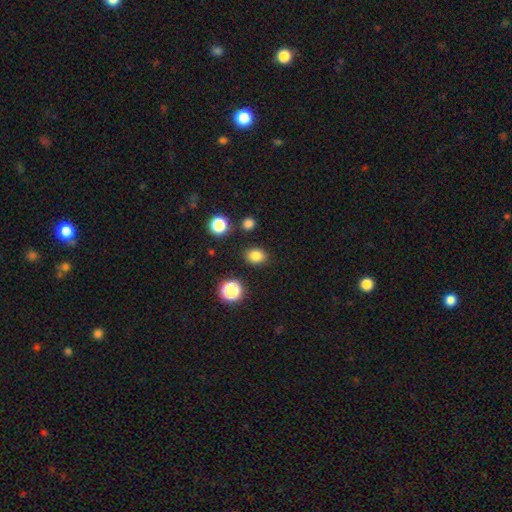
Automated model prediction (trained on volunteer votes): The model was most divided on "how rounded": in between: 55%, round: 44%, cigar-shaped: 1%. More confident: merging — none (85%); smooth or featured — smooth (81%).